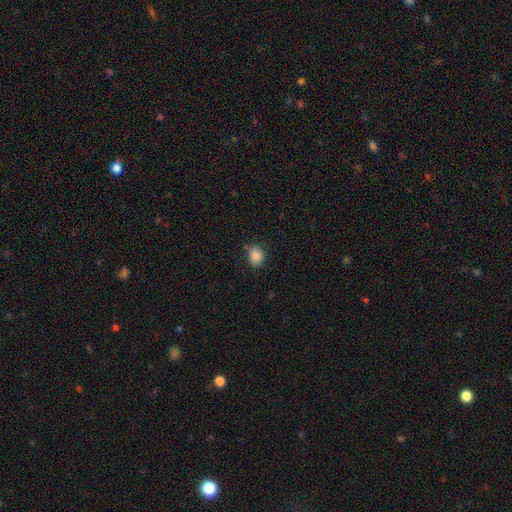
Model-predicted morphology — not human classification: Q: Smooth or featured?
A: smooth (87%); runner-up: star or artifact (10%)
Q: How rounded?
A: in between (54%); runner-up: round (45%)
Q: Merging?
A: none (75%); runner-up: minor disturbance (19%)